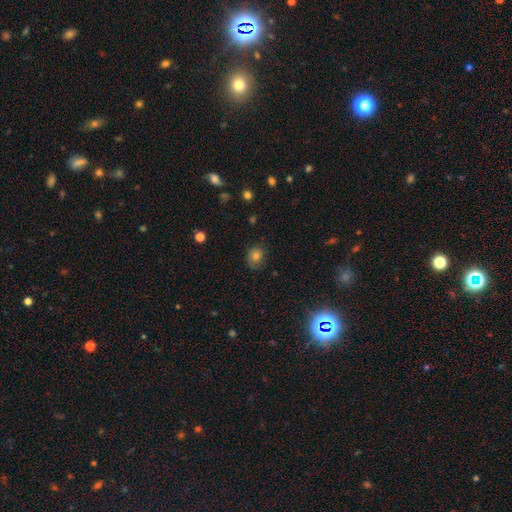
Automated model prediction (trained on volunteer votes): Smooth or featured?
  - smooth: 76% *
  - star or artifact: 14%
  - featured or disk: 10%
How rounded?
  - round: 67% *
  - in between: 32%
  - cigar-shaped: 1%
Merging?
  - none: 76% *
  - minor disturbance: 18%
  - major disturbance: 5%
  - merger: 1%